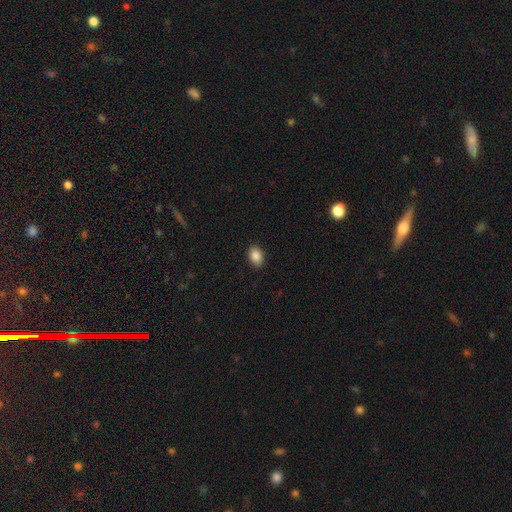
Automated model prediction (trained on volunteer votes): Smooth or featured? Predicted: smooth (p=0.87). How rounded? Predicted: in between (p=0.81). Merging? Predicted: none (p=0.90).